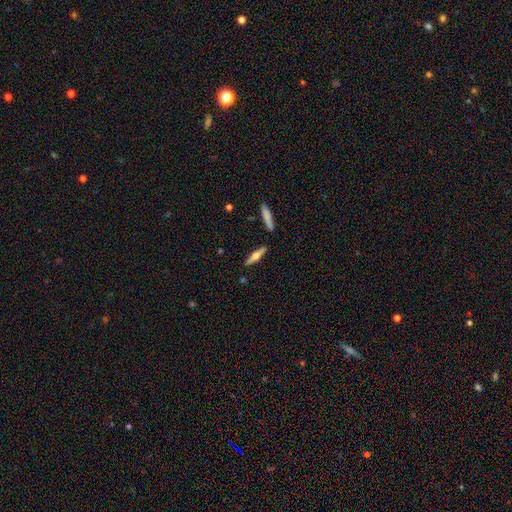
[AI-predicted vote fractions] The model was most divided on "smooth or featured": featured or disk: 50%, smooth: 44%, star or artifact: 6%. More confident: merging — none (85%).